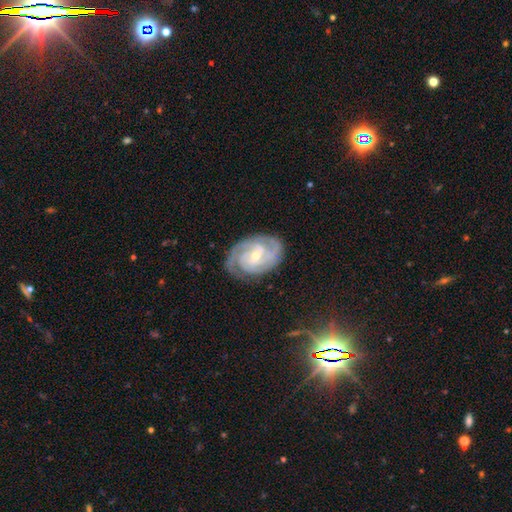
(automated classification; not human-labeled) Smooth or featured? Predicted: featured or disk (p=0.90). Edge-on disk? Predicted: no (p=0.97). Bar? Predicted: no (p=0.47). Spiral arms? Predicted: yes (p=0.98). Spiral winding? Predicted: tight (p=0.73). Spiral arm count? Predicted: 3 (p=0.34). Bulge size? Predicted: small (p=0.61). Merging? Predicted: none (p=0.78).